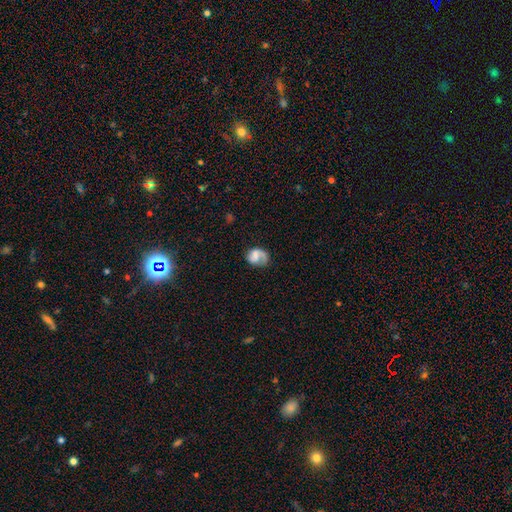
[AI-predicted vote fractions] This appears to be a featured or disk galaxy (50%). Merging: none (48%).